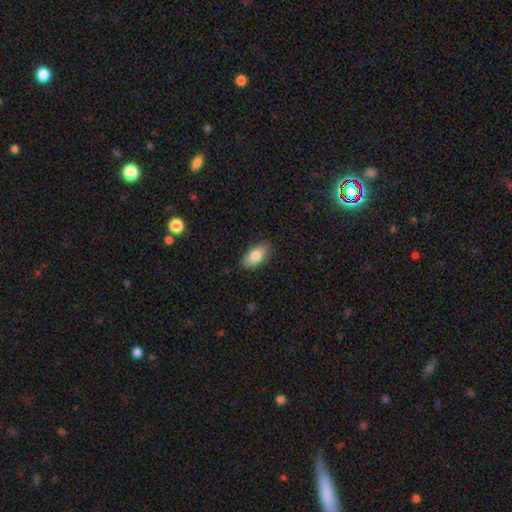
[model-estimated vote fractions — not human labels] A smooth galaxy with no disk features (82%) that is in between round and cigar-shaped (91%).

Vote fractions:
- Smooth or featured? smooth: 82% / featured or disk: 12% / star or artifact: 7%
- How rounded? in between: 91% / cigar-shaped: 5% / round: 3%
- Merging? none: 84% / minor disturbance: 13% / major disturbance: 2% / merger: 1%